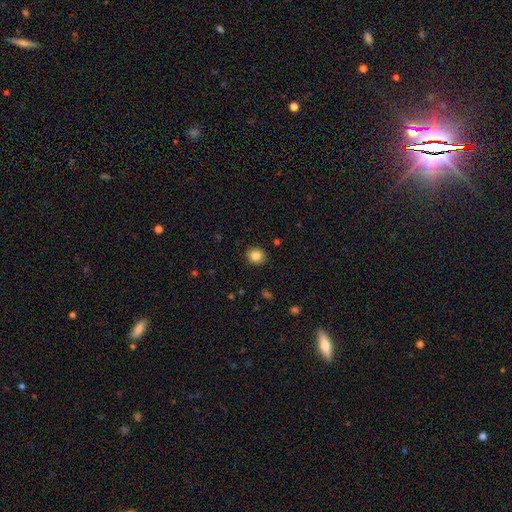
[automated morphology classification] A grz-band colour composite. It shows a smooth galaxy with no disk features (84%) that is round (79%). Merging: none (91%).